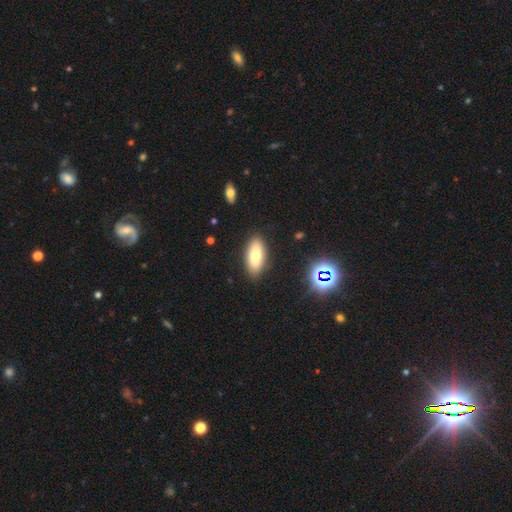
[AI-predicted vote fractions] Smooth or featured? Predicted: smooth (p=0.75). How rounded? Predicted: in between (p=0.85). Merging? Predicted: none (p=0.87).